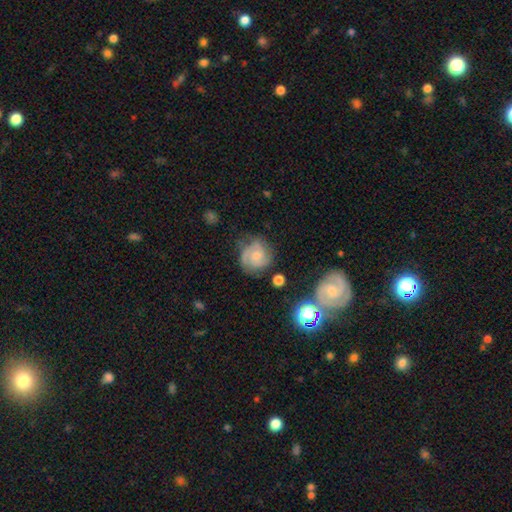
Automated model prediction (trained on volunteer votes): smooth-or-featured: featured or disk: 62% | smooth: 30% | star or artifact: 8%
  disk-edge-on: no: 98% | yes: 2%
    bar: no: 74% | weak: 23% | strong: 3%
    has-spiral-arms: yes: 89% | no: 11%
      spiral-winding: tight: 45% | medium: 41% | loose: 14%
      spiral-arm-count: 2: 35% | 3: 29% | can't tell: 23% | 1: 5% | 4: 5% | more than 4: 3%
    bulge-size: small: 56% | moderate: 35% | none: 6% | large: 2% | dominant: 1%
  merging: none: 62% | minor disturbance: 24% | major disturbance: 11% | merger: 3%